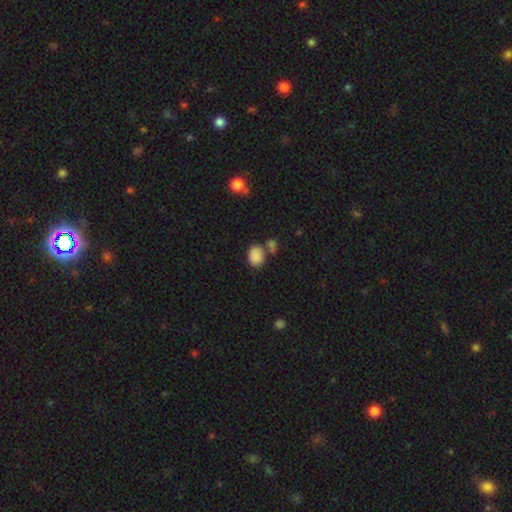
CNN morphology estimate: Smooth or featured? smooth (85%)
How rounded? in between (58%)
Merging? none (61%)